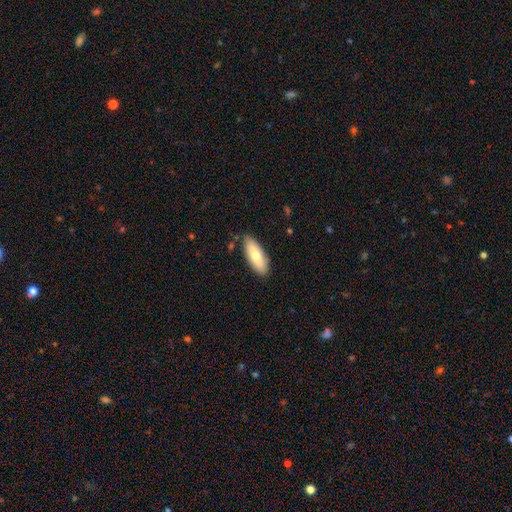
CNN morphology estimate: Smooth or featured? smooth (70%)
How rounded? in between (73%)
Merging? none (84%)